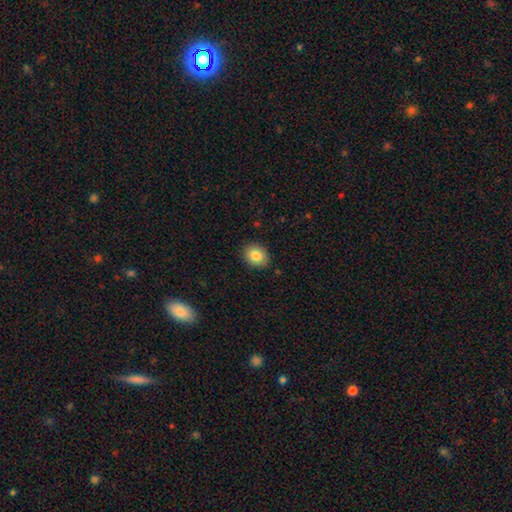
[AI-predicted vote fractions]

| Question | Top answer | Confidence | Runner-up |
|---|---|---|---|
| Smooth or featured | smooth | 85% | star or artifact (8%) |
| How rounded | in between | 56% | round (43%) |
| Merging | none | 89% | minor disturbance (8%) |